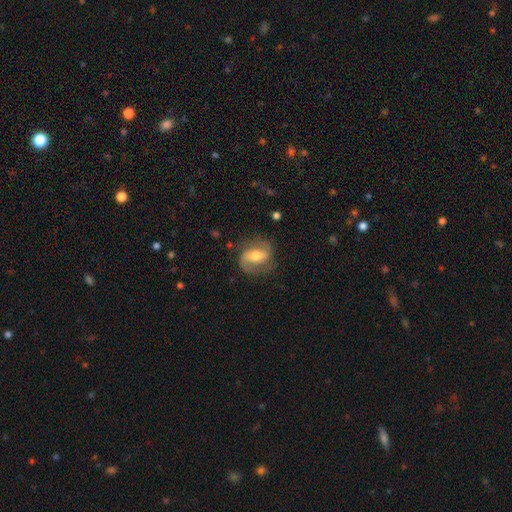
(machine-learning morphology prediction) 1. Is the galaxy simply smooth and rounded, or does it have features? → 68% featured or disk, 25% smooth, 7% star or artifact.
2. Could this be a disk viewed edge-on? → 96% no, 4% yes.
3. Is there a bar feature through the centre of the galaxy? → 42% weak, 33% strong, 25% no.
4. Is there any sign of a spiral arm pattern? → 86% yes, 14% no.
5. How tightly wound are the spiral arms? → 49% medium, 26% loose, 25% tight.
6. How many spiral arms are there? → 84% 2, 7% can't tell, 6% 1, 1% 3, 1% 4, 1% more than 4.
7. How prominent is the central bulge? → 65% moderate, 20% small, 12% large, 2% none, 1% dominant.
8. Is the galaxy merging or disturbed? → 72% none, 17% minor disturbance, 9% major disturbance, 1% merger.